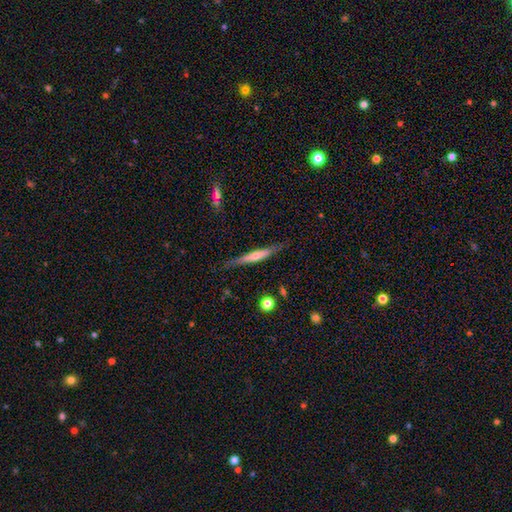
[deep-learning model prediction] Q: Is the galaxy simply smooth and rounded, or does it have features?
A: featured or disk — 63%.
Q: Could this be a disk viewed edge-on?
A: yes — 96%.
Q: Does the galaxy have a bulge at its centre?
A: rounded — 56%.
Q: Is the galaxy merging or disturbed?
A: none — 84%.